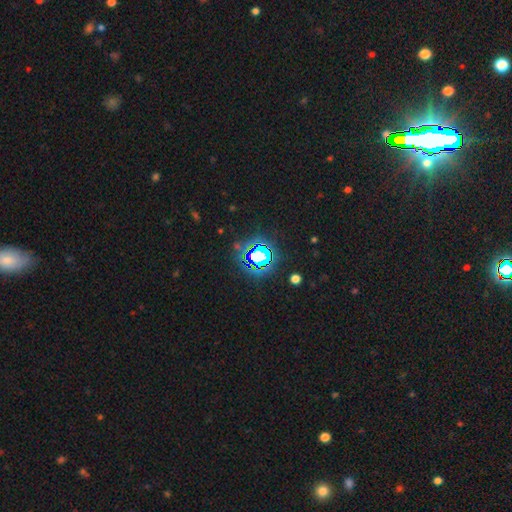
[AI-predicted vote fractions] Smooth or featured: star or artifact — 72% (smooth — 17%)